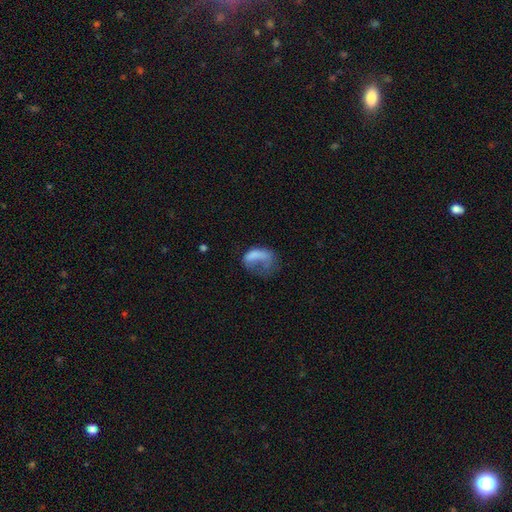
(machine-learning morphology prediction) smooth-or-featured: smooth: 59% | featured or disk: 30% | star or artifact: 11%
  how-rounded: in between: 79% | round: 18% | cigar-shaped: 3%
  merging: major disturbance: 61% | none: 18% | minor disturbance: 16% | merger: 5%